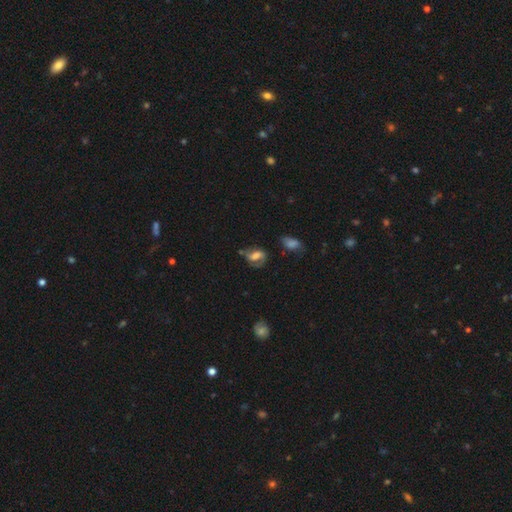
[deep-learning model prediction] Smooth or featured?
  - featured or disk: 50% *
  - smooth: 40%
  - star or artifact: 10%
Edge-on disk?
  - no: 94% *
  - yes: 6%
Merging?
  - none: 50% *
  - minor disturbance: 24%
  - major disturbance: 18%
  - merger: 7%